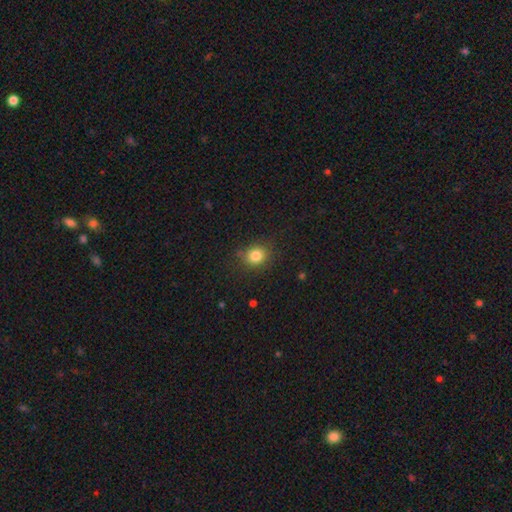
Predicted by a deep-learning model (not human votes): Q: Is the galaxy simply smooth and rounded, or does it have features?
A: smooth — 83%.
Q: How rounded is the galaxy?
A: round — 75%.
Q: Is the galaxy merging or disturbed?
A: none — 81%.